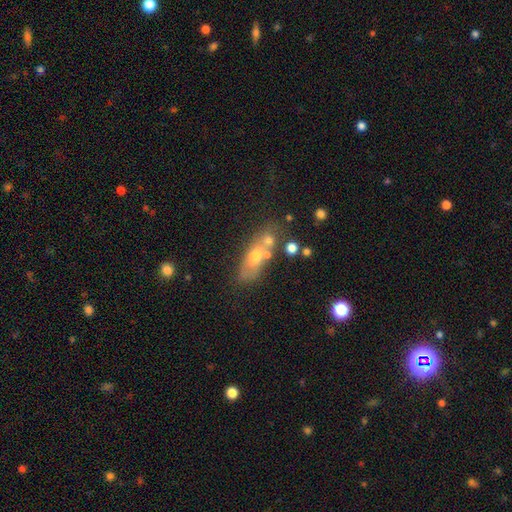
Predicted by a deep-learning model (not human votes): Smooth or featured? smooth (54%)
How rounded? in between (63%)
Merging? none (40%)